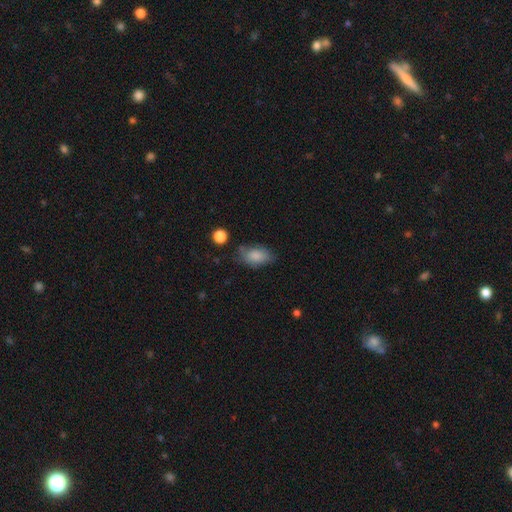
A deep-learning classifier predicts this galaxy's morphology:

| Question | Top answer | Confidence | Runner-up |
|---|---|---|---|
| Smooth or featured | smooth | 83% | featured or disk (9%) |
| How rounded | in between | 91% | round (7%) |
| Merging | none | 64% | minor disturbance (25%) |